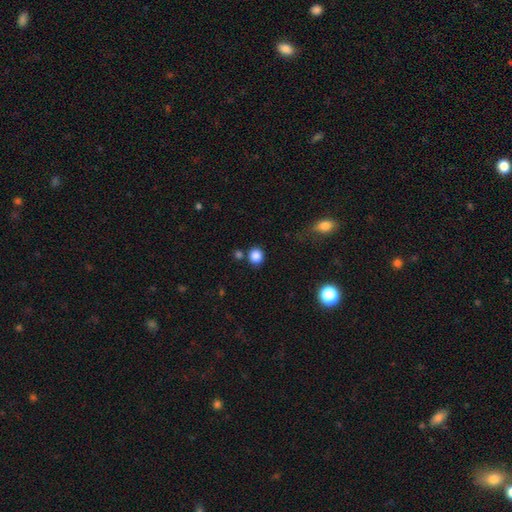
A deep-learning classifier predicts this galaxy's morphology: Smooth or featured? smooth (86%)
How rounded? round (84%)
Merging? none (79%)